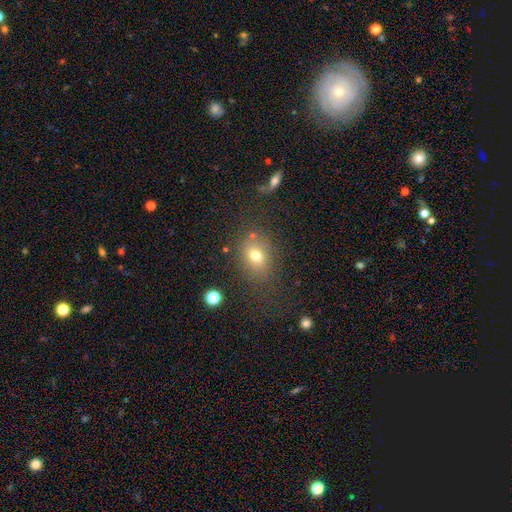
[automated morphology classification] type=smooth (72%); roundness=in between (56%); merging=none (74%).